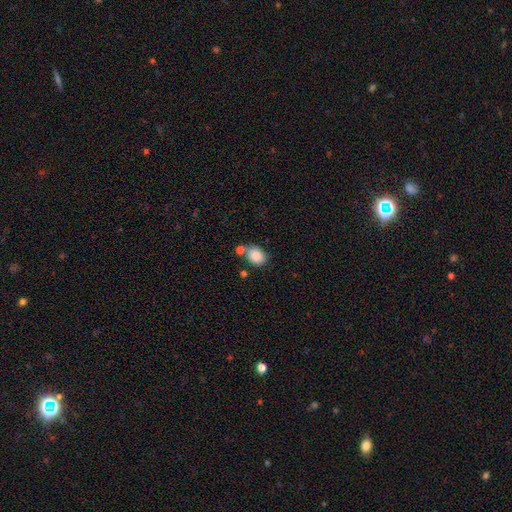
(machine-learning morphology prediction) smooth 86%, star or artifact 8%, featured or disk 6%. Down the decision tree: how rounded — in between (61%); merging — none (62%).